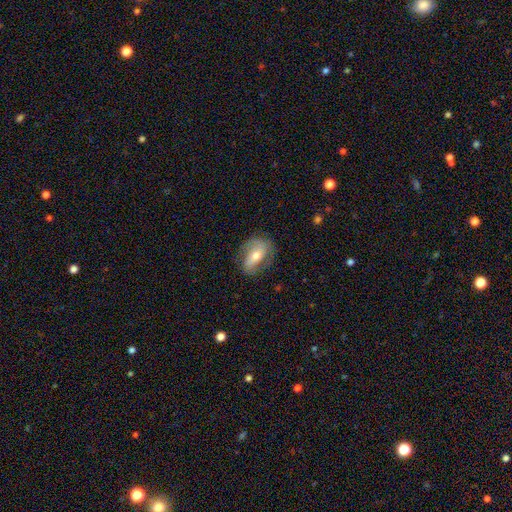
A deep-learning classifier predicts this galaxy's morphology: A featured or disk galaxy (62%) with a strong bar (34%), spiral arms (78%) and a moderate central bulge (59%).

Vote fractions:
- Smooth or featured? featured or disk: 62% / smooth: 31% / star or artifact: 7%
- Edge-on disk? no: 92% / yes: 8%
- Bar? strong: 34% / no: 33% / weak: 33%
- Spiral arms? yes: 78% / no: 22%
- Bulge size? moderate: 59% / small: 35% / large: 4% / none: 1% / dominant: 1%
- Merging? none: 72% / minor disturbance: 19% / major disturbance: 8% / merger: 1%